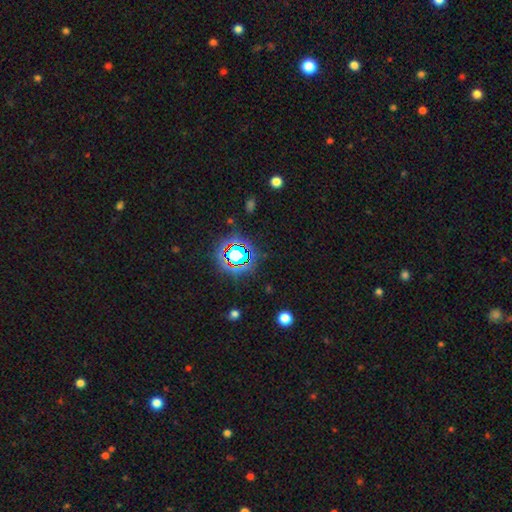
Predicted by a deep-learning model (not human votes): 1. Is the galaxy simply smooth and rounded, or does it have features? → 77% star or artifact, 14% smooth, 10% featured or disk.